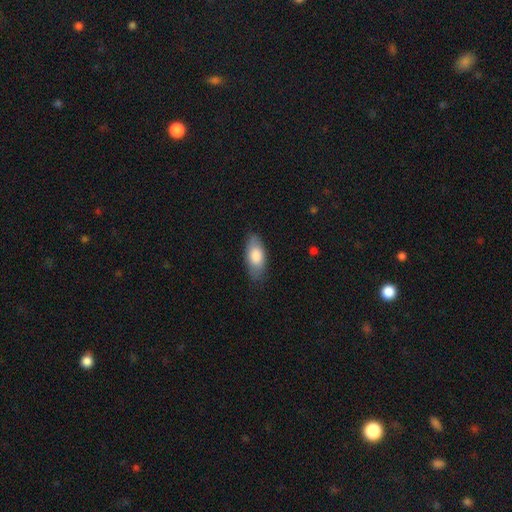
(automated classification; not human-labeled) smooth 80%, featured or disk 14%, star or artifact 6%. Down the decision tree: how rounded — in between (88%); merging — none (81%).